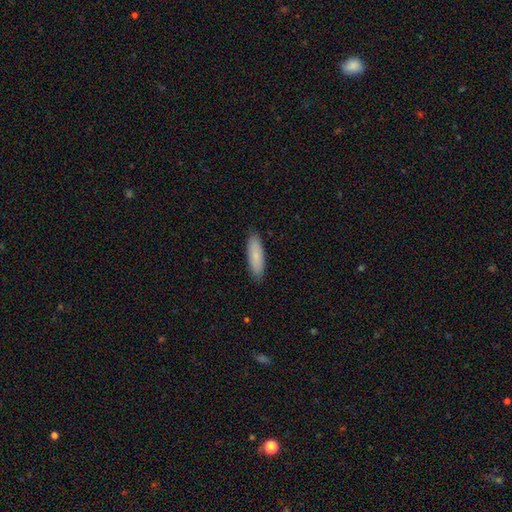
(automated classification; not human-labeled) A smooth galaxy with no disk features (84%) that is cigar-shaped (52%).

Vote fractions:
- Smooth or featured? smooth: 84% / featured or disk: 10% / star or artifact: 6%
- How rounded? cigar-shaped: 52% / in between: 46% / round: 2%
- Merging? none: 89% / minor disturbance: 9% / major disturbance: 2% / merger: 1%